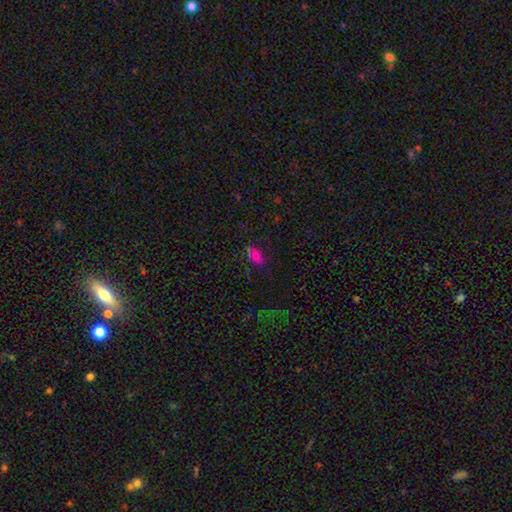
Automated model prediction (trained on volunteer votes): Smooth or featured? smooth (69%)
How rounded? in between (86%)
Merging? none (75%)